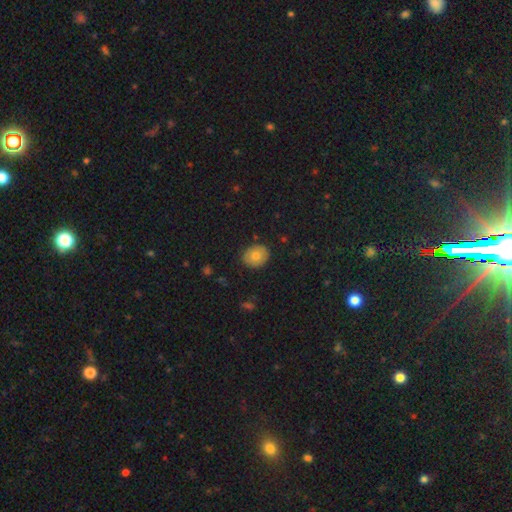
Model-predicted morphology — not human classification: smooth 72%, featured or disk 18%, star or artifact 10%. Down the decision tree: how rounded — round (61%); merging — none (86%).